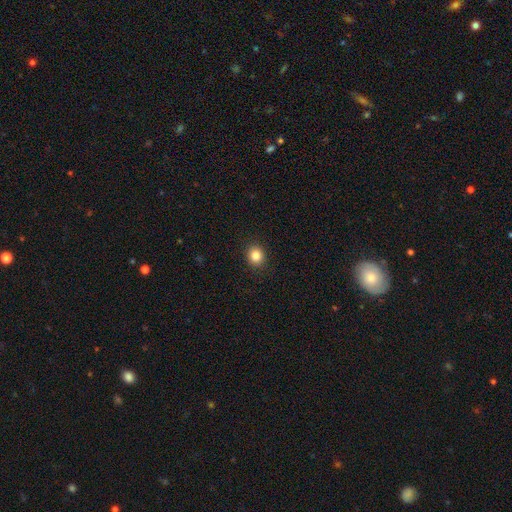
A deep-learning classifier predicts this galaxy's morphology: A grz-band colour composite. It shows a smooth galaxy with no disk features (84%) that is round (77%). Merging: none (91%).